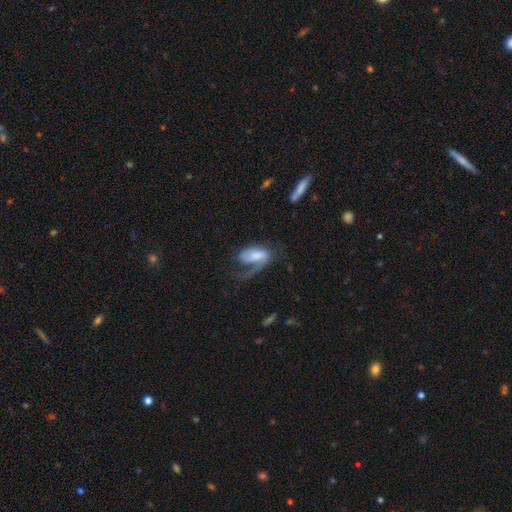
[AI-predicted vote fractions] featured or disk 56%, smooth 37%, star or artifact 7%. Down the decision tree: edge-on disk — no (95%); bar — no (53%); spiral arms — yes (83%); bulge size — moderate (33%); merging — major disturbance (48%).